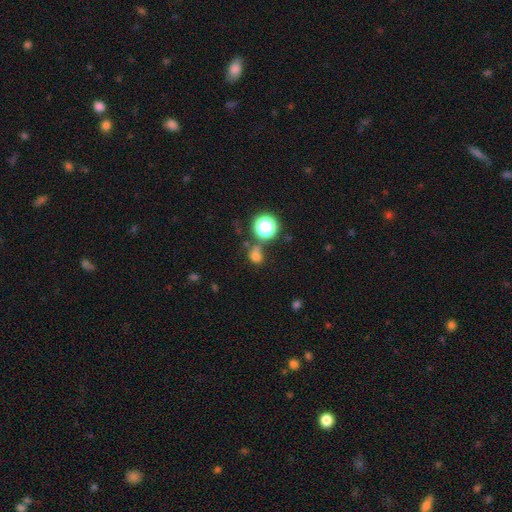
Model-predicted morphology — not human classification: This appears to be a smooth galaxy with no disk features (70%) that is round (68%). Merging: none (59%).